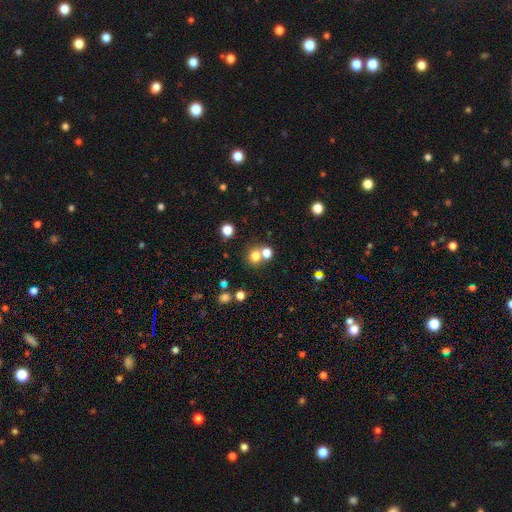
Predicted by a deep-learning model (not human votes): This is likely a smooth galaxy (74%). How rounded: clearly round (83%). Merging: possibly none (56%).